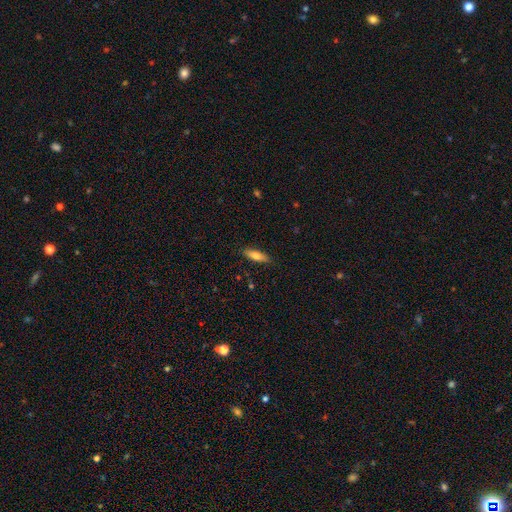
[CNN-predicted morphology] Smooth or featured? smooth (75%)
How rounded? cigar-shaped (51%)
Merging? none (88%)